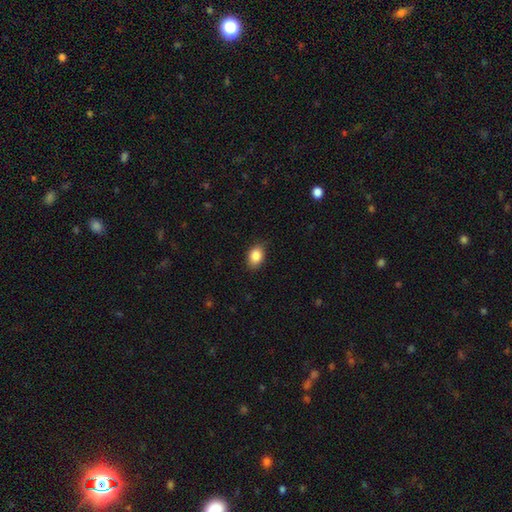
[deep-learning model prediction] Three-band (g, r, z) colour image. It shows a smooth galaxy with no disk features (87%) that is in between round and cigar-shaped (76%). Merging: none (81%).